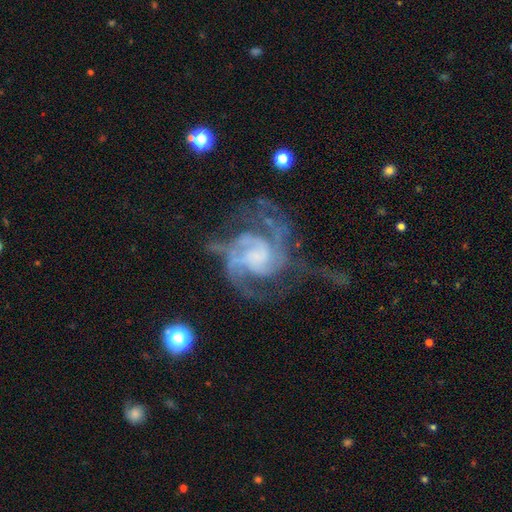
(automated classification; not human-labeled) This is clearly a featured or disk galaxy (88%). It is clearly not viewed edge-on (98%). Bar: possibly no (57%). Spiral arm pattern: clearly yes (96%). Spiral arm count: marginally 2 (36%). Spiral winding: possibly medium (49%). Central bulge: marginally none (40%). Merging: possibly none (48%).